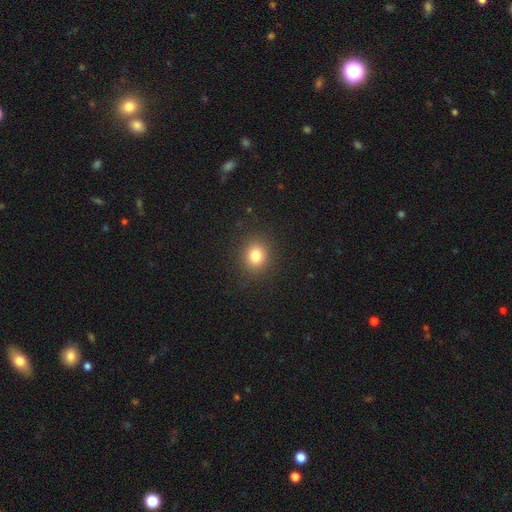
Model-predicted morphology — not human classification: Smooth or featured? Predicted: smooth (p=0.81). How rounded? Predicted: round (p=0.74). Merging? Predicted: none (p=0.89).